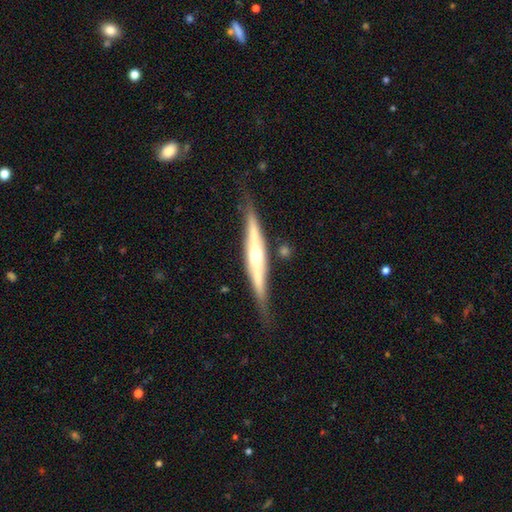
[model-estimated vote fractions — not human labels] The model was most divided on "smooth or featured": featured or disk: 69%, smooth: 25%, star or artifact: 6%. More confident: edge-on disk — yes (94%); edge-on bulge — rounded (77%); merging — none (76%).